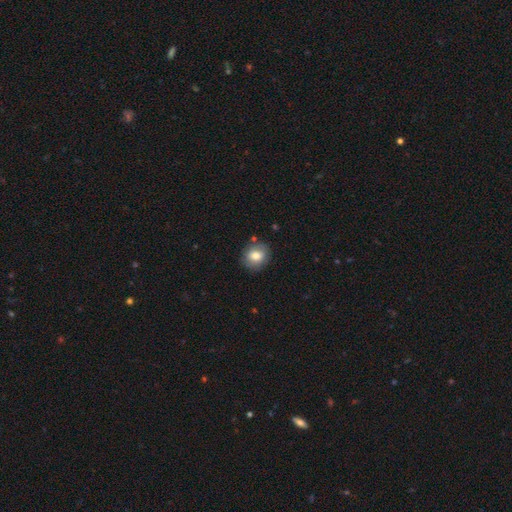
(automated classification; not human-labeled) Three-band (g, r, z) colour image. It shows a smooth galaxy with no disk features (76%) that is round (69%). Merging: none (81%).